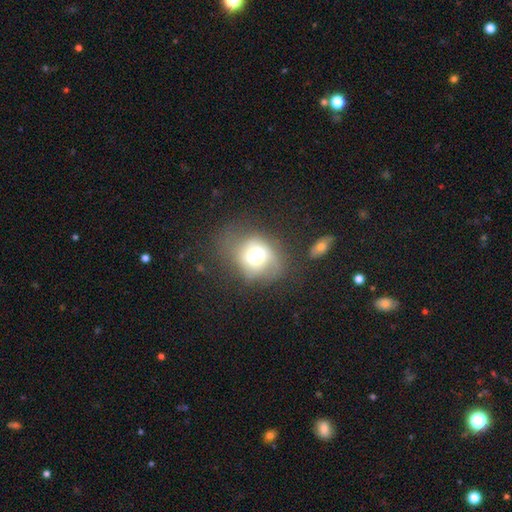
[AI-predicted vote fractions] This is possibly a smooth galaxy (58%). How rounded: likely round (62%). Merging: marginally none (40%).